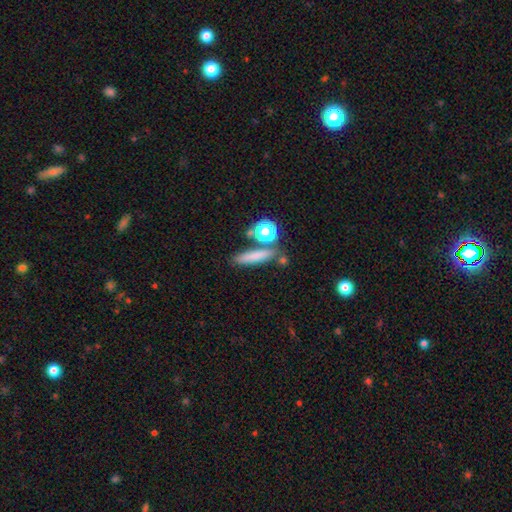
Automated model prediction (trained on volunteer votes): Smooth or featured? Predicted: smooth (p=0.73). How rounded? Predicted: cigar-shaped (p=0.71). Merging? Predicted: none (p=0.73).